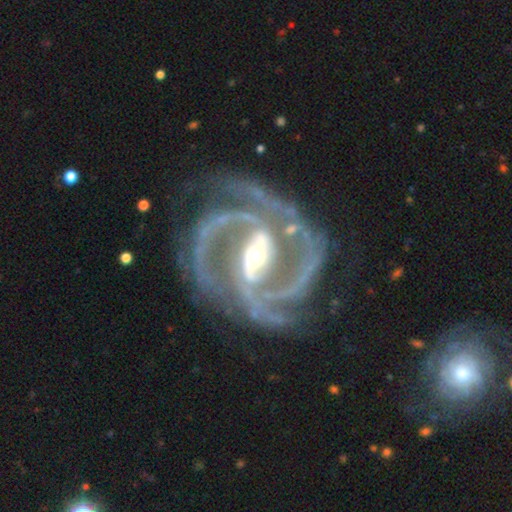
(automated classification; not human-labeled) featured or disk 94%, star or artifact 4%, smooth 2%. Down the decision tree: edge-on disk — no (98%); bar — strong (58%); spiral arms — yes (99%); spiral arm count — 2 (70%); spiral winding — medium (57%); bulge size — moderate (51%); merging — none (73%).